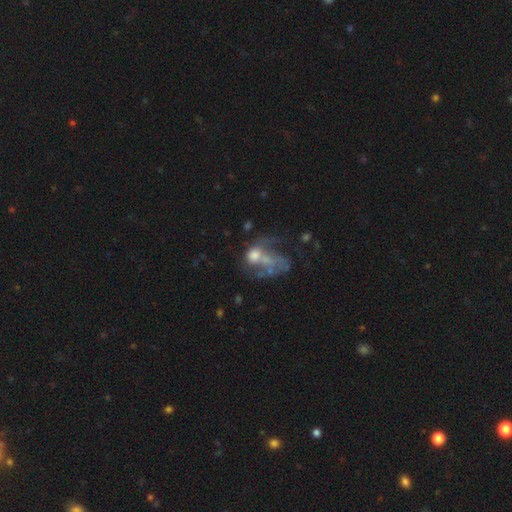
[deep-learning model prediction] featured or disk 56%, smooth 30%, star or artifact 14%. Down the decision tree: edge-on disk — no (97%); bar — no (82%); spiral arms — no (68%); bulge size — none (33%, tied with moderate); merging — major disturbance (45%).